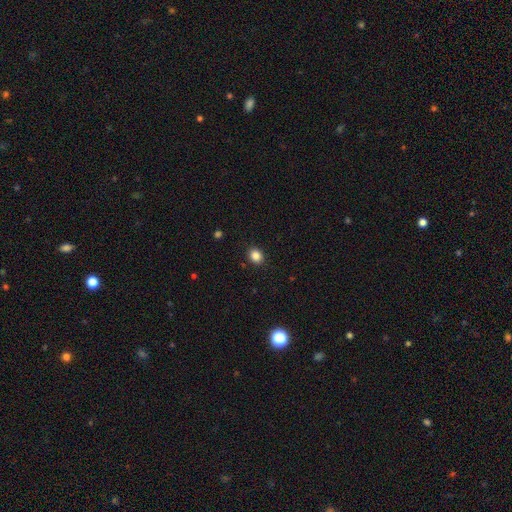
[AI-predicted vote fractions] The model was most divided on "how rounded": round: 65%, in between: 34%, cigar-shaped: 1%. More confident: merging — none (90%); smooth or featured — smooth (85%).